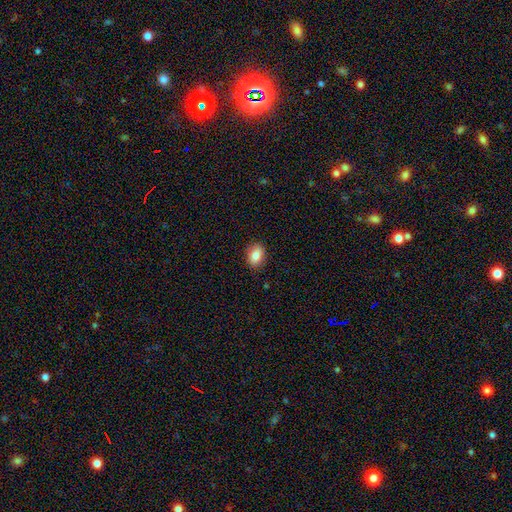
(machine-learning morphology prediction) Smooth or featured?
  - smooth: 84% *
  - star or artifact: 8%
  - featured or disk: 8%
How rounded?
  - in between: 77% *
  - round: 22%
  - cigar-shaped: 1%
Merging?
  - none: 88% *
  - minor disturbance: 9%
  - major disturbance: 2%
  - merger: 1%